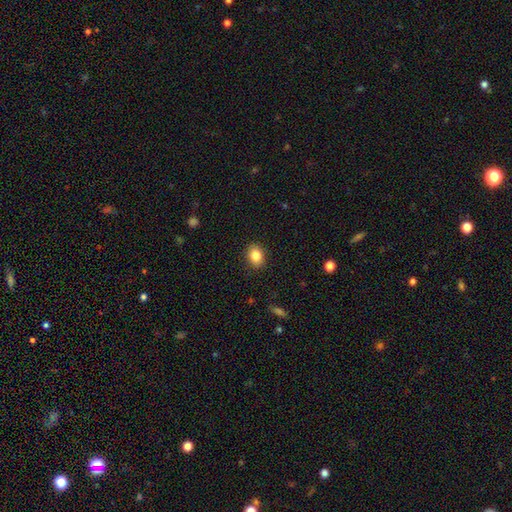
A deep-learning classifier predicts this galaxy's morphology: Smooth or featured?
  - smooth: 85% *
  - star or artifact: 9%
  - featured or disk: 5%
How rounded?
  - in between: 57% *
  - round: 42%
  - cigar-shaped: 1%
Merging?
  - none: 88% *
  - minor disturbance: 9%
  - major disturbance: 2%
  - merger: 1%